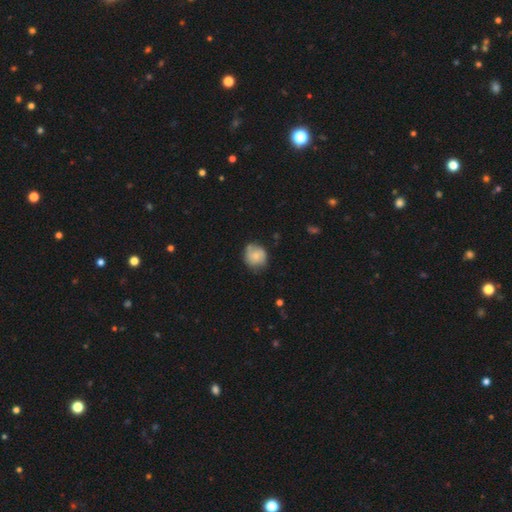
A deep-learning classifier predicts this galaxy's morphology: A smooth galaxy with no disk features (67%) that is round (78%).

Vote fractions:
- Smooth or featured? smooth: 67% / featured or disk: 26% / star or artifact: 7%
- How rounded? round: 78% / in between: 21% / cigar-shaped: 1%
- Merging? none: 63% / minor disturbance: 28% / major disturbance: 7% / merger: 2%